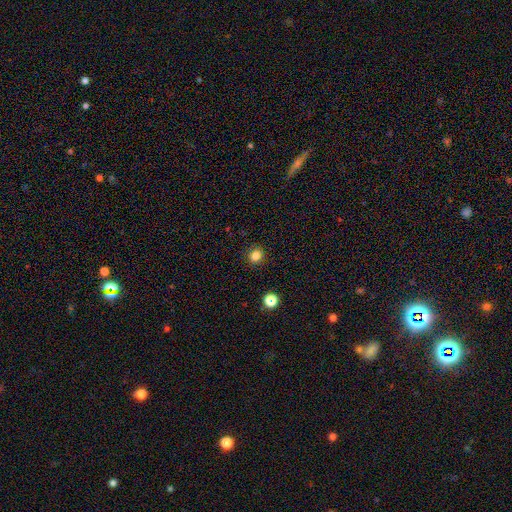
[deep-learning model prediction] Smooth or featured: smooth — 82% (star or artifact — 13%)
How rounded: round — 78% (in between — 21%)
Merging: none — 90% (minor disturbance — 7%)